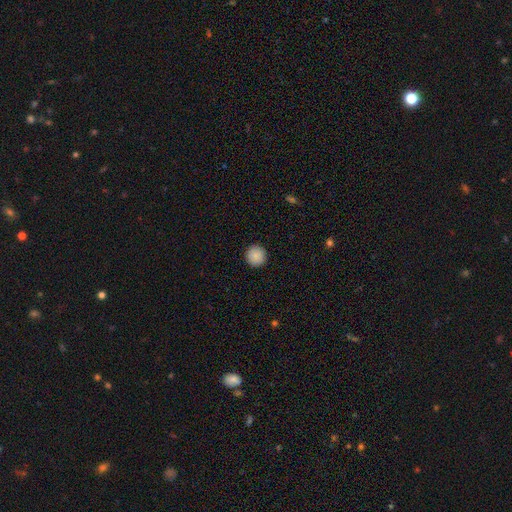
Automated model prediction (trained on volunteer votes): The model was most divided on "smooth or featured": smooth: 88%, star or artifact: 8%, featured or disk: 4%. More confident: how rounded — round (95%); merging — none (93%).